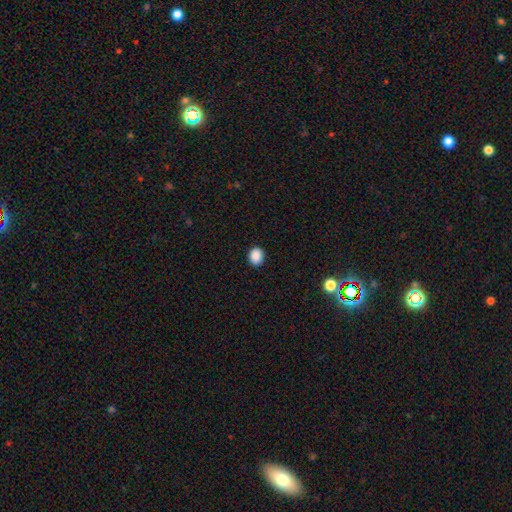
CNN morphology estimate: smooth-or-featured: smooth: 89% | star or artifact: 9% | featured or disk: 2%
  how-rounded: round: 56% | in between: 44% | cigar-shaped: 1%
  merging: none: 91% | minor disturbance: 7% | major disturbance: 2% | merger: 1%